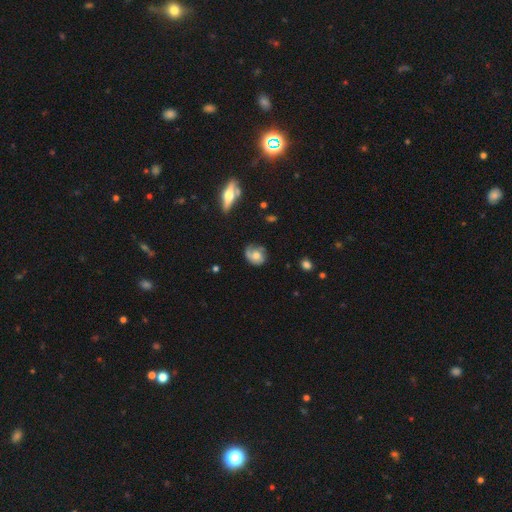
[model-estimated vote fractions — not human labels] Q: Smooth or featured?
A: featured or disk (51%); runner-up: smooth (40%)
Q: Edge-on disk?
A: no (95%); runner-up: yes (5%)
Q: Merging?
A: none (54%); runner-up: minor disturbance (28%)